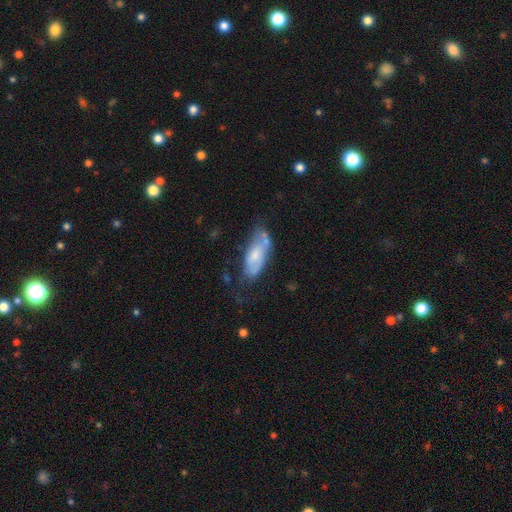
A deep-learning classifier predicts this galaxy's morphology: This is possibly a smooth galaxy (52%). How rounded: likely in between (80%). Merging: marginally none (38%).